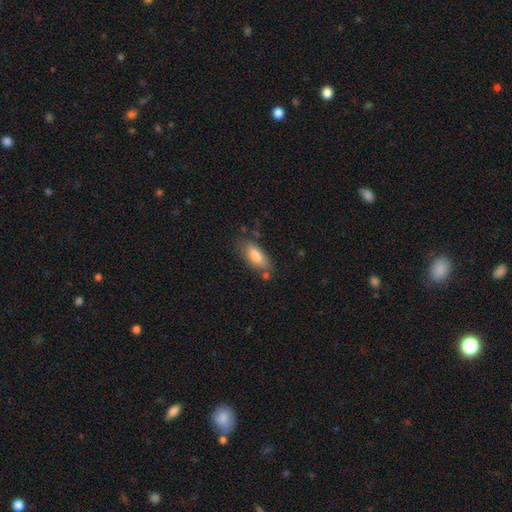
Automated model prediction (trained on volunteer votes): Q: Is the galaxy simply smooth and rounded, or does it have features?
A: smooth — 80%.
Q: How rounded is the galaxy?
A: in between — 82%.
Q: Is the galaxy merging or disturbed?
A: none — 72%.